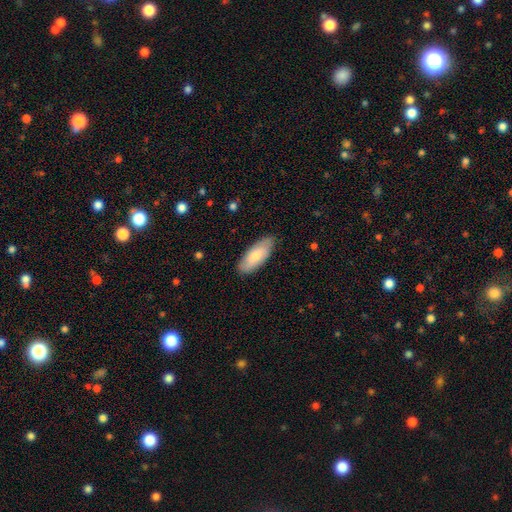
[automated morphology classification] Overall: smooth (73%). How rounded: in between (81%). Merging: none (83%).